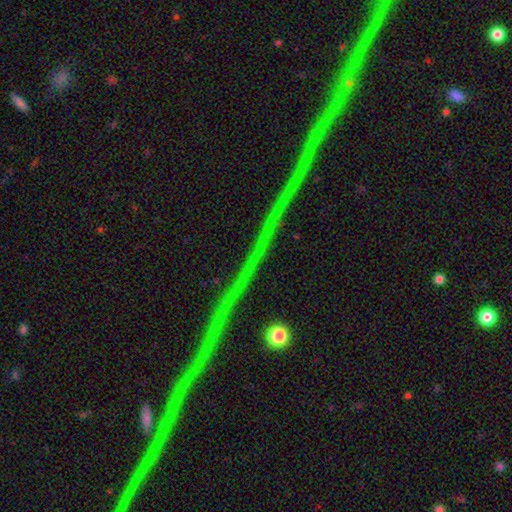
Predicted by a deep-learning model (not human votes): smooth_or_featured: star or artifact (p=0.81) [alt: featured or disk p=0.12]